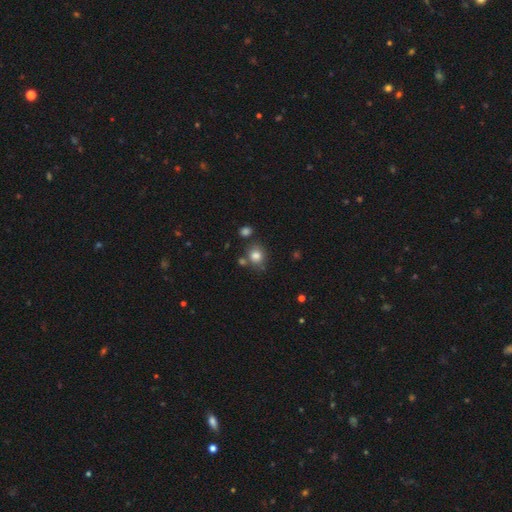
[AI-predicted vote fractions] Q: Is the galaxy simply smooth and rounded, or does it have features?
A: smooth — 82%.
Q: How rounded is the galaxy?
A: round — 72%.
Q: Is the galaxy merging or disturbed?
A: none — 71%.